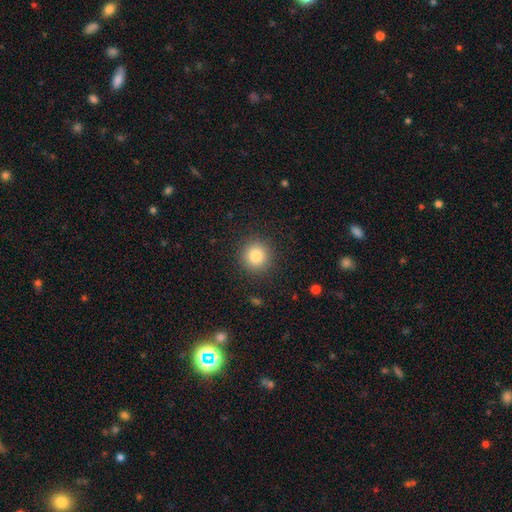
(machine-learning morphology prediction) Smooth or featured? smooth (84%)
How rounded? round (93%)
Merging? none (90%)